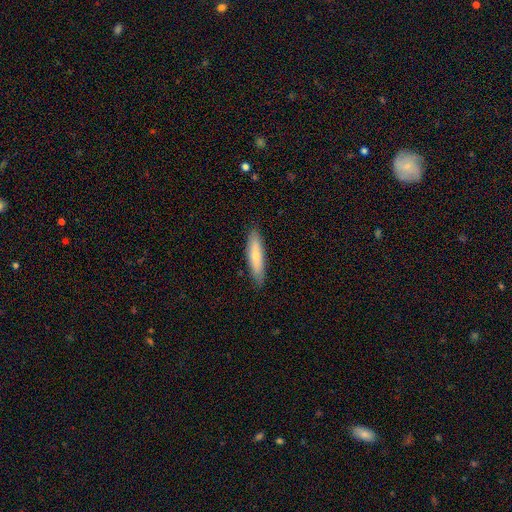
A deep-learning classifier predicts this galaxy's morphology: A smooth galaxy with no disk features (68%) that is cigar-shaped (75%).

Vote fractions:
- Smooth or featured? smooth: 68% / featured or disk: 27% / star or artifact: 6%
- How rounded? cigar-shaped: 75% / in between: 23% / round: 2%
- Merging? none: 86% / minor disturbance: 11% / major disturbance: 2% / merger: 1%